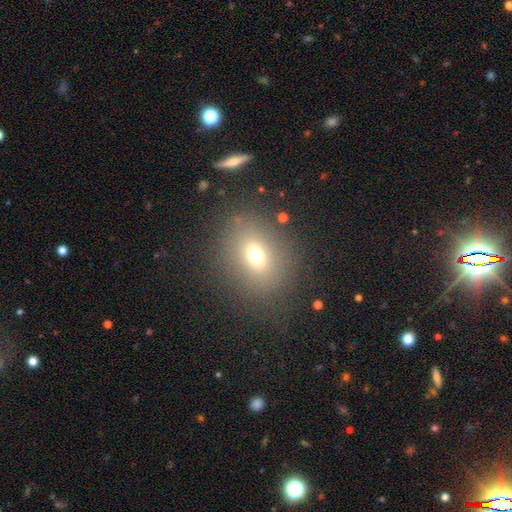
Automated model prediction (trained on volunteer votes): A smooth galaxy with no disk features (67%) that is round (58%).

Vote fractions:
- Smooth or featured? smooth: 67% / star or artifact: 20% / featured or disk: 13%
- How rounded? round: 58% / in between: 41% / cigar-shaped: 1%
- Merging? none: 82% / minor disturbance: 10% / major disturbance: 6% / merger: 2%